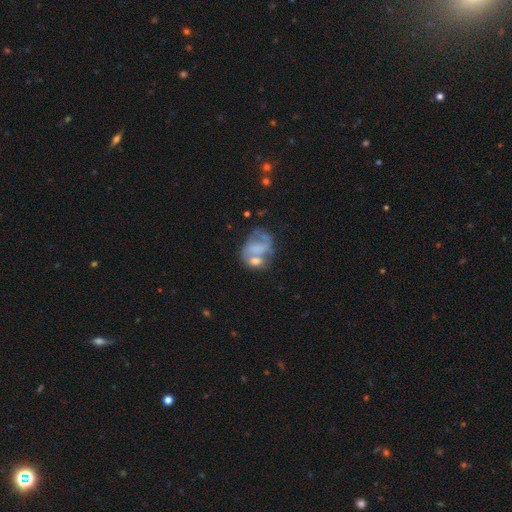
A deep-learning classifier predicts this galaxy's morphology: This appears to be a featured or disk galaxy (50%). Merging: merger (31%).